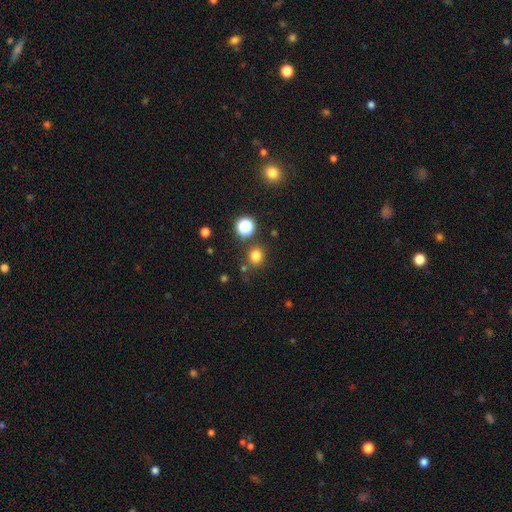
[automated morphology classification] This is likely a smooth galaxy (78%). How rounded: clearly round (85%). Merging: clearly none (80%).